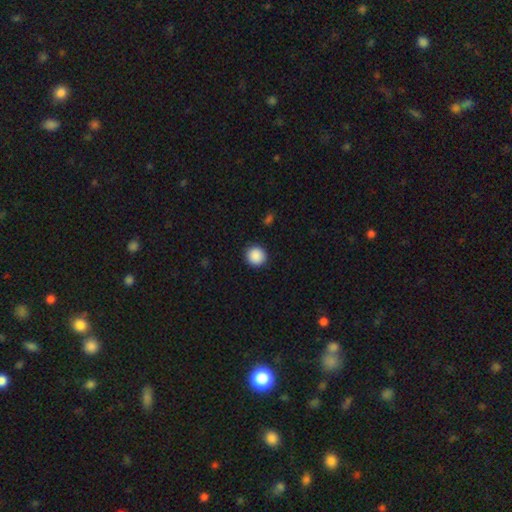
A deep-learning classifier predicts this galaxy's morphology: This is clearly a smooth galaxy (89%). How rounded: clearly round (94%). Merging: clearly none (92%).